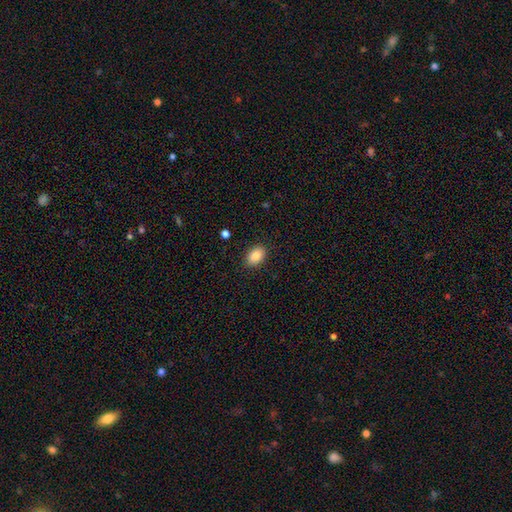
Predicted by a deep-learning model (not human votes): This is clearly a smooth galaxy (86%). How rounded: clearly in between (83%). Merging: clearly none (89%).